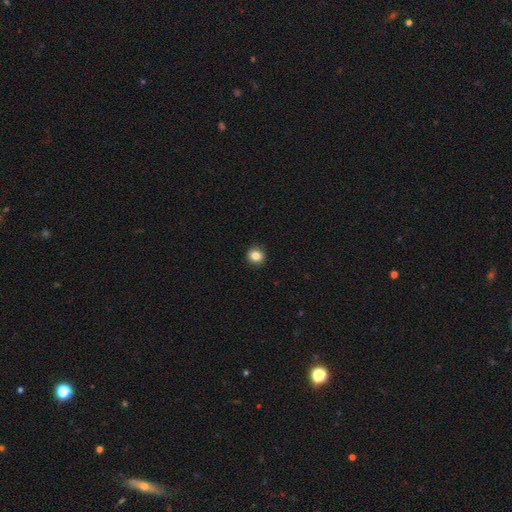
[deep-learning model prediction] Q: Smooth or featured?
A: smooth (84%); runner-up: star or artifact (10%)
Q: How rounded?
A: round (86%); runner-up: in between (13%)
Q: Merging?
A: none (91%); runner-up: minor disturbance (6%)